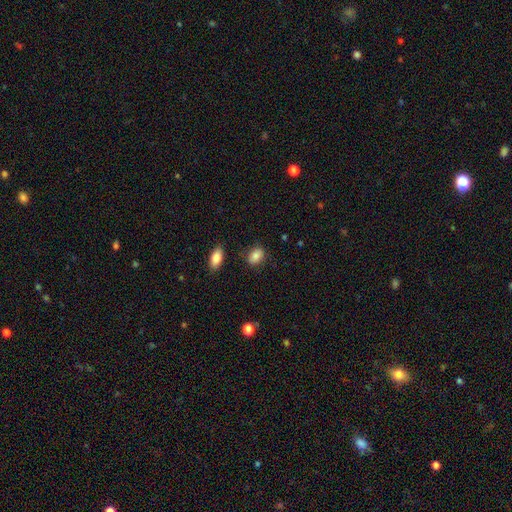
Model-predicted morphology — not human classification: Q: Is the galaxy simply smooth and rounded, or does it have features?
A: smooth — 86%.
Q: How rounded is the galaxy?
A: in between — 75%.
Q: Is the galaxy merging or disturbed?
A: none — 81%.